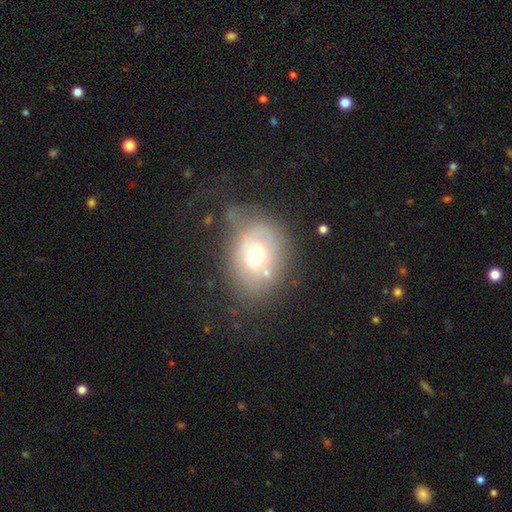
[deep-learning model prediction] Overall: smooth (53%; featured or disk 37%). How rounded: in between (62%; round 37%). Merging: none (40%; minor disturbance 29%).